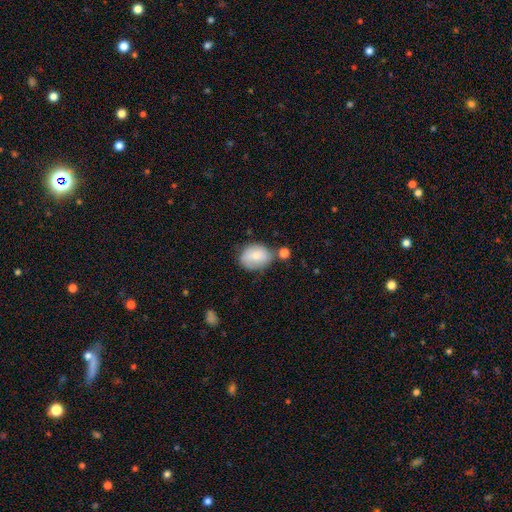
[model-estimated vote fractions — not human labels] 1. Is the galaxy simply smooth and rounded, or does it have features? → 75% smooth, 17% featured or disk, 8% star or artifact.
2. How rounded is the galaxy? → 62% in between, 37% round, 1% cigar-shaped.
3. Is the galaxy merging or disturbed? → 55% none, 26% minor disturbance, 12% merger, 7% major disturbance.